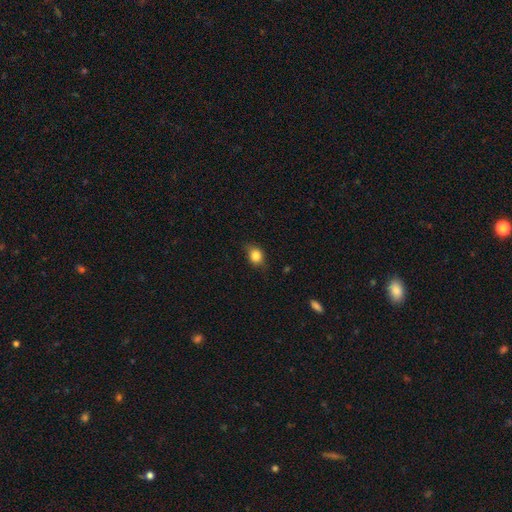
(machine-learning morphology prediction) The model was most divided on "how rounded": round: 51%, in between: 47%, cigar-shaped: 2%. More confident: smooth or featured — smooth (81%); merging — none (71%).